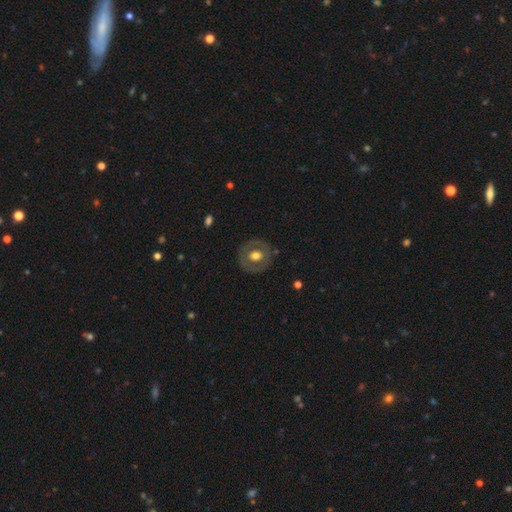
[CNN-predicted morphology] Smooth or featured? Predicted: featured or disk (p=0.49). Merging? Predicted: none (p=0.82).